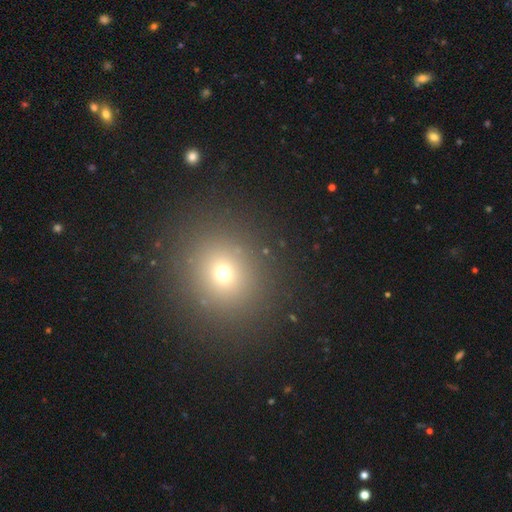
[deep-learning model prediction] Smooth or featured? smooth (63%)
How rounded? round (86%)
Merging? none (92%)